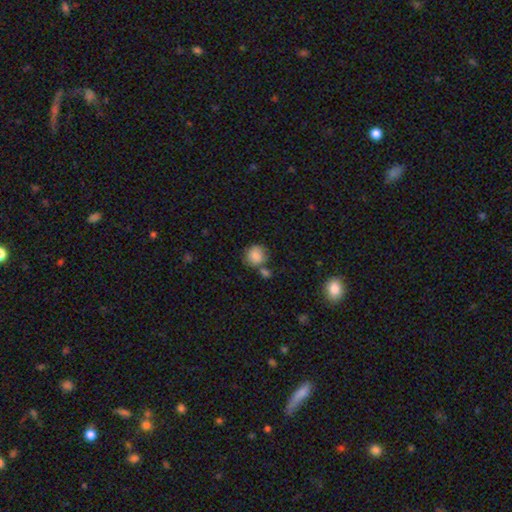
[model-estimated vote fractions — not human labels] A smooth galaxy with no disk features (83%) that is round (86%). Merging: none (61%).